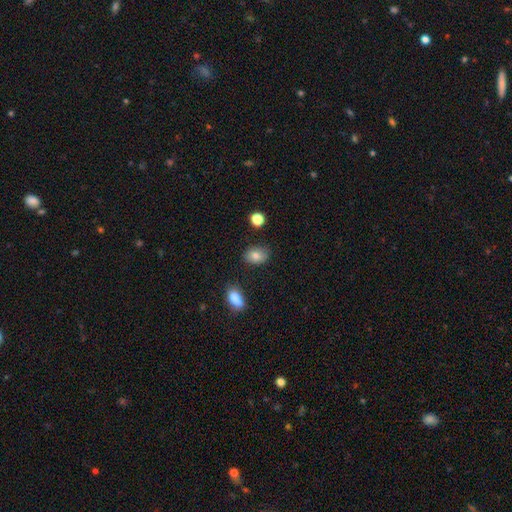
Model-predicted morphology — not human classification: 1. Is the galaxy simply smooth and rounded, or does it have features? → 82% smooth, 9% star or artifact, 9% featured or disk.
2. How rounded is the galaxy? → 73% in between, 26% round, 1% cigar-shaped.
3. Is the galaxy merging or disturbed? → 80% none, 15% minor disturbance, 3% major disturbance, 3% merger.